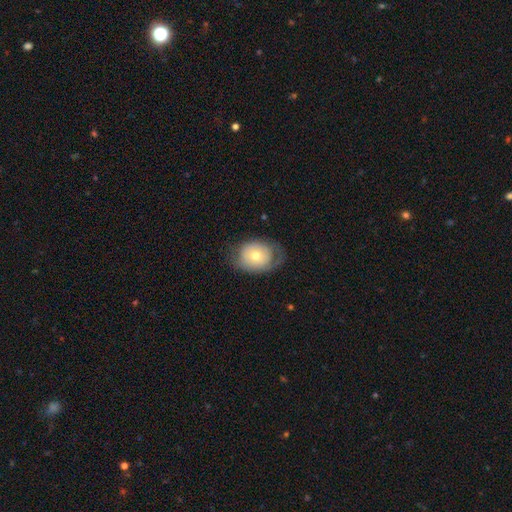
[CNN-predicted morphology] Overall: smooth (57%; featured or disk 35%). How rounded: in between (50%; round 49%). Merging: none (56%; minor disturbance 27%).